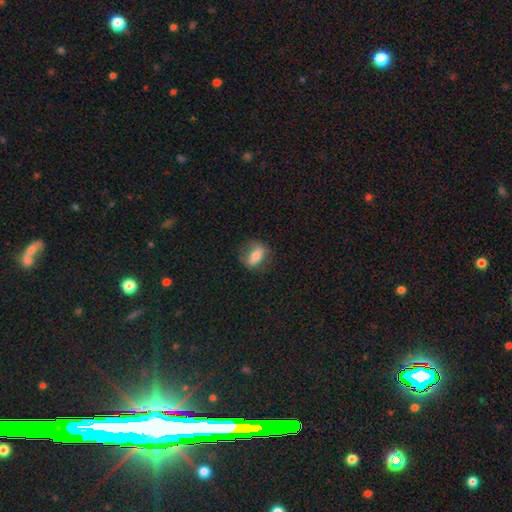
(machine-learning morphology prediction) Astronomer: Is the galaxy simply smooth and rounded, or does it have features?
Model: smooth — 63%.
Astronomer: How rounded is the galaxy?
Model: in between — 73%.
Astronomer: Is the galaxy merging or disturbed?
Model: none — 72%.